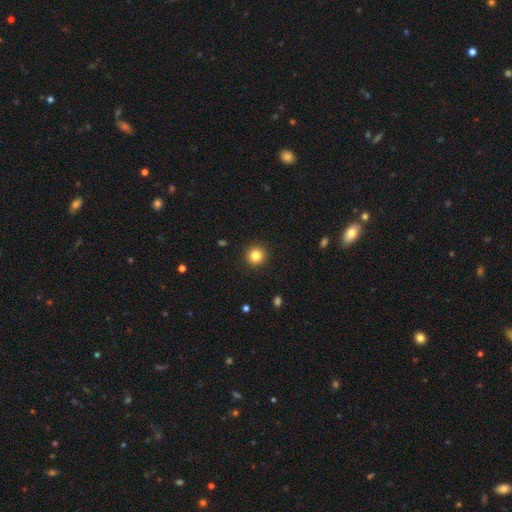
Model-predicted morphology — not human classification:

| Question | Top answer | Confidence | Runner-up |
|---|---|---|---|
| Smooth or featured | smooth | 84% | star or artifact (11%) |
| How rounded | round | 93% | in between (6%) |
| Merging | none | 92% | minor disturbance (5%) |